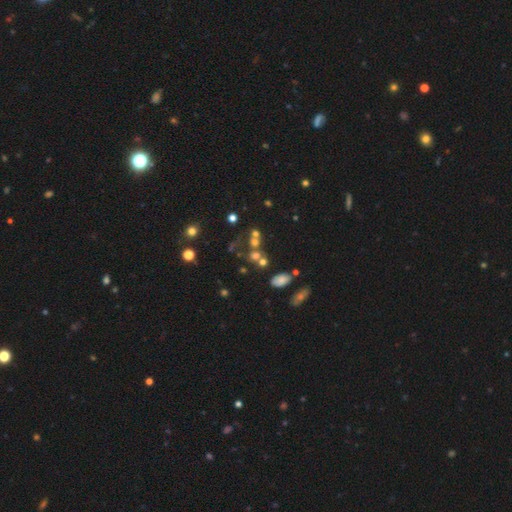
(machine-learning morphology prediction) A smooth galaxy with no disk features (51%) that is round (68%).

Vote fractions:
- Smooth or featured? smooth: 51% / star or artifact: 28% / featured or disk: 21%
- How rounded? round: 68% / in between: 29% / cigar-shaped: 2%
- Merging? merger: 42% / none: 39% / minor disturbance: 10% / major disturbance: 8%